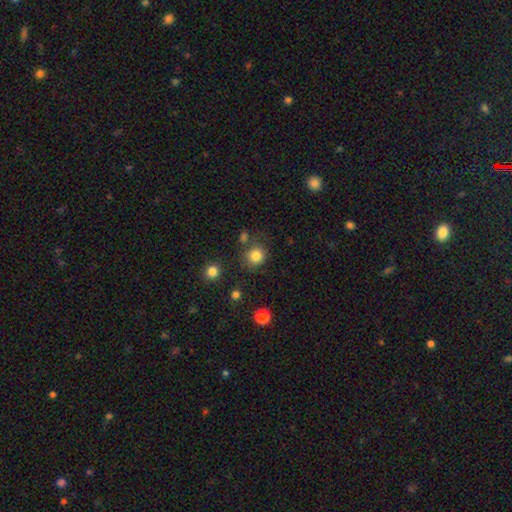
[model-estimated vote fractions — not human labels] Overall: smooth (83%). How rounded: round (88%). Merging: none (77%).